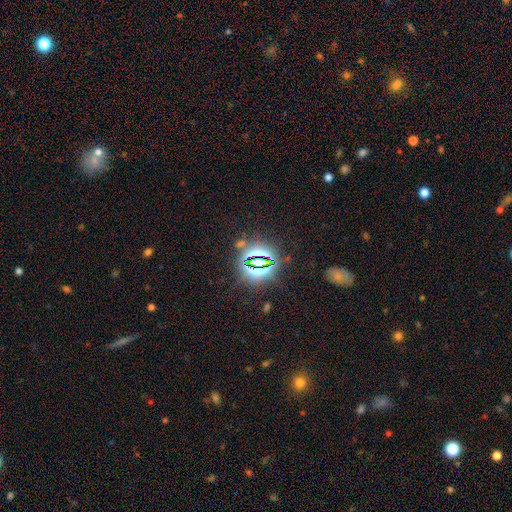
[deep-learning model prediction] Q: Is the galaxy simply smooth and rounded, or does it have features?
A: star or artifact — 81%.